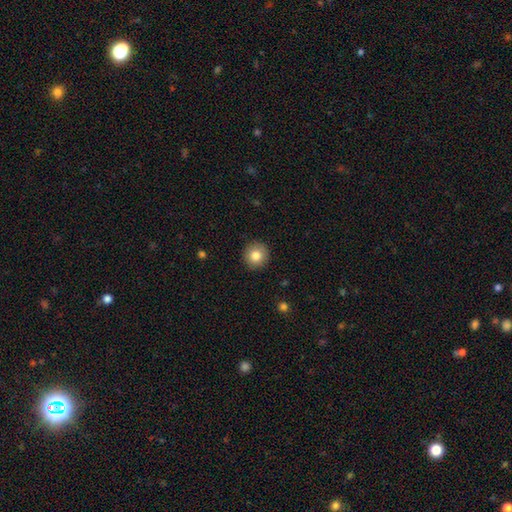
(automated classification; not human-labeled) smooth-or-featured: smooth: 82% | star or artifact: 9% | featured or disk: 9%
  how-rounded: round: 93% | in between: 6% | cigar-shaped: 1%
  merging: none: 91% | minor disturbance: 6% | major disturbance: 2% | merger: 1%